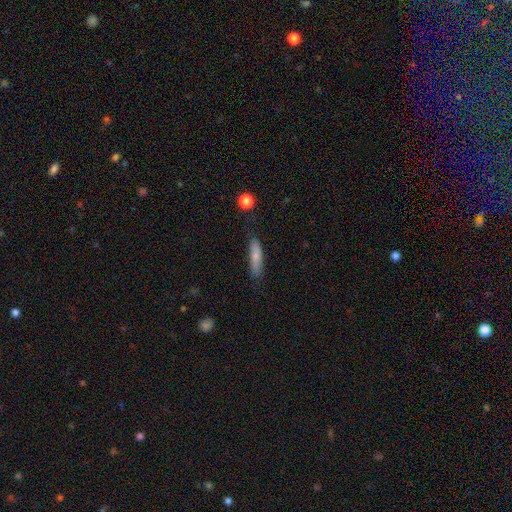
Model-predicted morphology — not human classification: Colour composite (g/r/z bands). It shows a smooth galaxy with no disk features (72%) that is cigar-shaped (70%). Merging: none (77%).